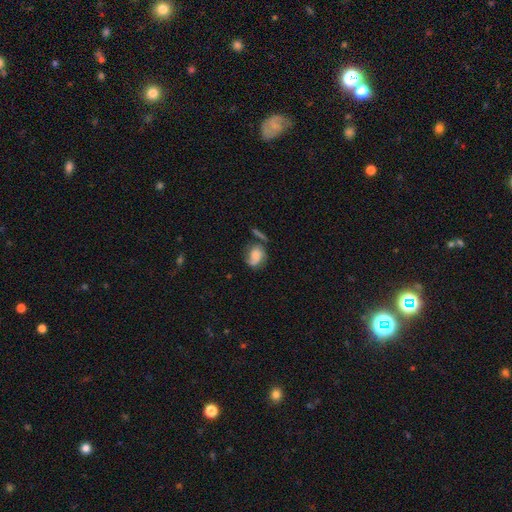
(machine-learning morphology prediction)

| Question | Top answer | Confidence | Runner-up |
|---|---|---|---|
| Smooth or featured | featured or disk | 47% | smooth (44%) |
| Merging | none | 46% | minor disturbance (25%) |